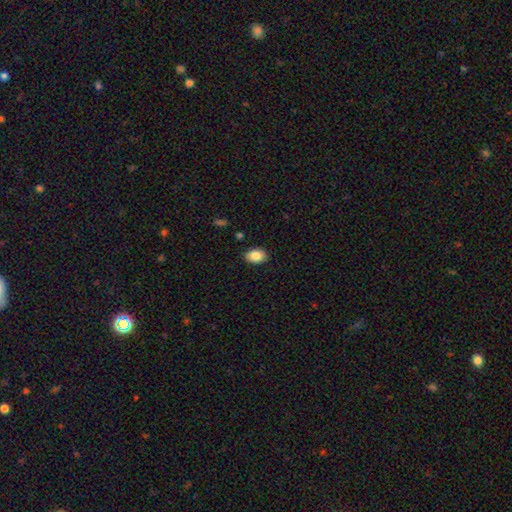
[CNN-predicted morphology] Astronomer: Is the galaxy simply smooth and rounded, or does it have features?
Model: smooth — 87%.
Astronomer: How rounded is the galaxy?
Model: in between — 81%.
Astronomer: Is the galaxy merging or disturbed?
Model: none — 88%.